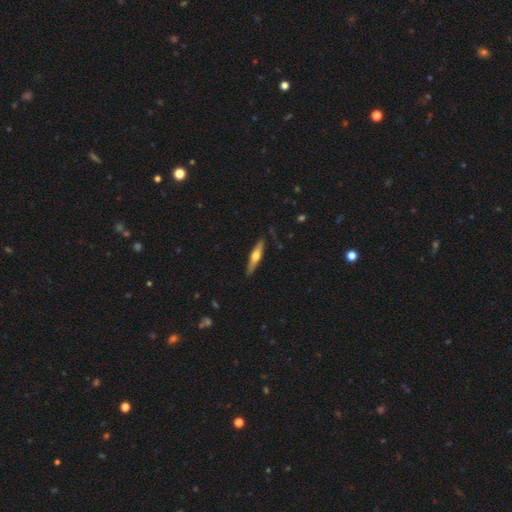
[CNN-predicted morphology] featured or disk 55%, smooth 40%, star or artifact 5%. Down the decision tree: edge-on disk — yes (93%); edge-on bulge — rounded (91%); merging — none (86%).